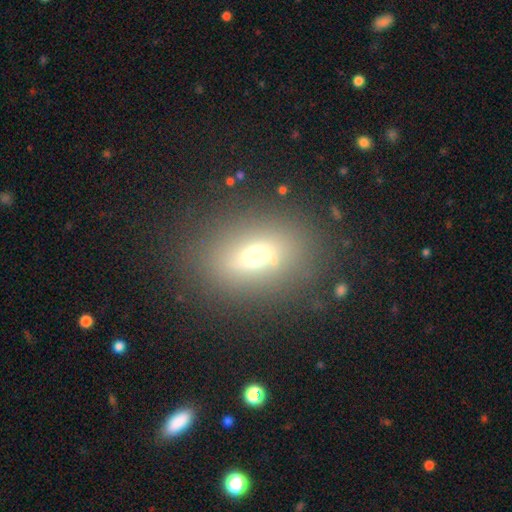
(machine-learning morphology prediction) type=smooth (61%); roundness=in between (71%); merging=none (82%).